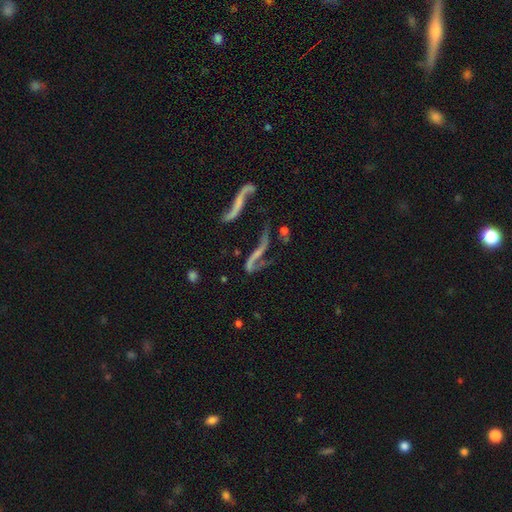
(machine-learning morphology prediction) featured or disk 68%, smooth 17%, star or artifact 15%. Down the decision tree: edge-on disk — no (81%); bar — no (53%); spiral arms — yes (66%); bulge size — none (55%); merging — major disturbance (33%).